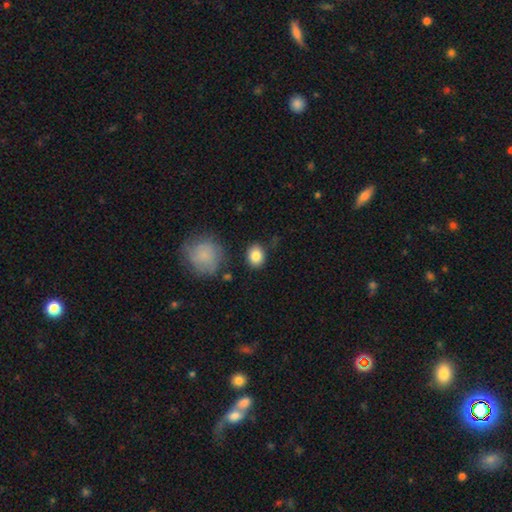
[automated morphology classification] A smooth galaxy with no disk features (84%) that is in between round and cigar-shaped (55%).

Vote fractions:
- Smooth or featured? smooth: 84% / star or artifact: 8% / featured or disk: 7%
- How rounded? in between: 55% / round: 44% / cigar-shaped: 1%
- Merging? none: 81% / minor disturbance: 12% / major disturbance: 3% / merger: 3%